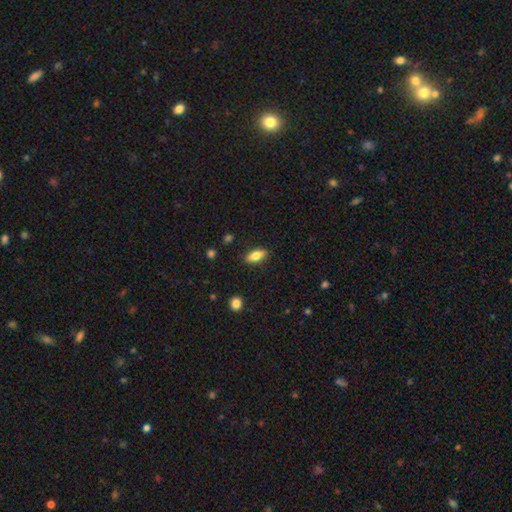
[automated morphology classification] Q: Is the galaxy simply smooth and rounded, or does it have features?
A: smooth — 79%.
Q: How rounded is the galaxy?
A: in between — 82%.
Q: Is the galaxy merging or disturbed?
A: none — 87%.